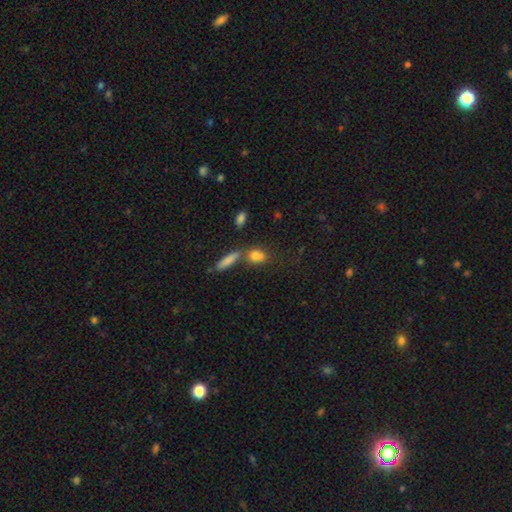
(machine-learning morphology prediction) Smooth or featured: smooth — 79% (star or artifact — 11%)
How rounded: in between — 61% (round — 24%)
Merging: none — 53% (merger — 29%)